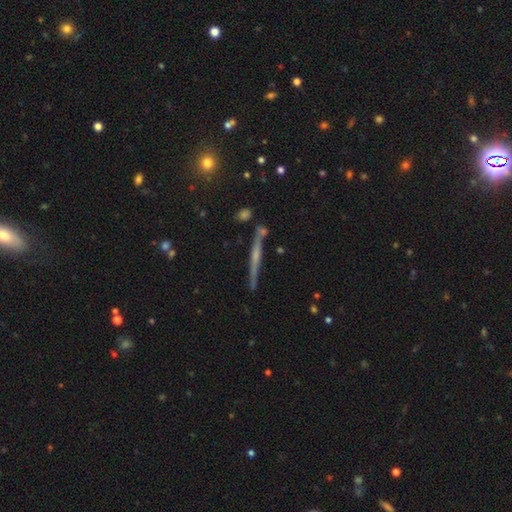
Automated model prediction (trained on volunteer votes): The model was most divided on "edge-on bulge": none: 50%, rounded: 38%, boxy: 11%. More confident: edge-on disk — yes (97%); merging — none (83%); smooth or featured — featured or disk (65%).